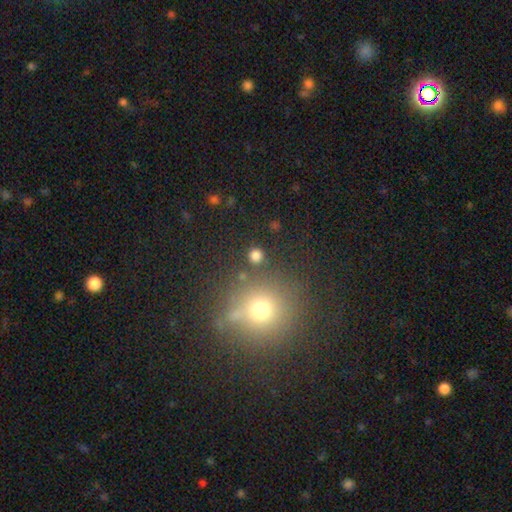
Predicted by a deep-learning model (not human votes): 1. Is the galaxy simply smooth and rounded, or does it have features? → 79% smooth, 16% star or artifact, 5% featured or disk.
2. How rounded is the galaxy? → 91% round, 7% in between, 1% cigar-shaped.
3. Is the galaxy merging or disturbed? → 87% none, 6% minor disturbance, 5% merger, 3% major disturbance.